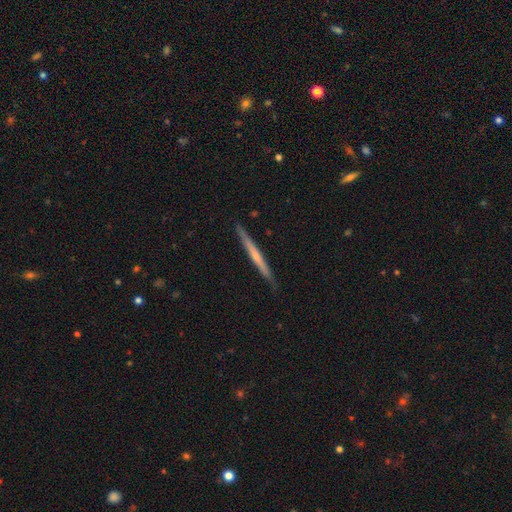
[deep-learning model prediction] Q: Smooth or featured?
A: featured or disk (57%); runner-up: smooth (38%)
Q: Edge-on disk?
A: yes (97%); runner-up: no (3%)
Q: Edge-on bulge?
A: none (61%); runner-up: rounded (34%)
Q: Merging?
A: none (88%); runner-up: minor disturbance (9%)